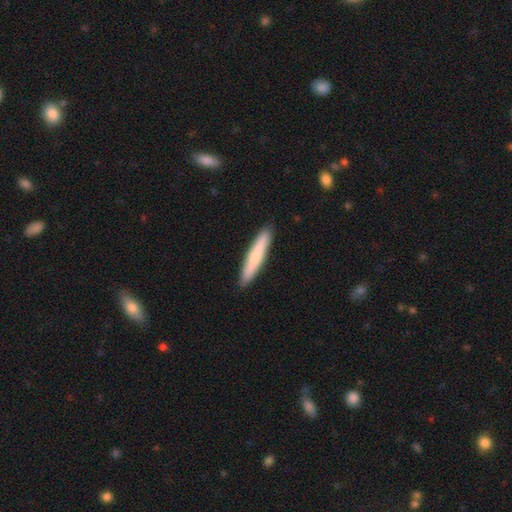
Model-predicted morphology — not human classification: smooth_or_featured: smooth (p=0.71) [alt: featured or disk p=0.24]
how_rounded: cigar-shaped (p=0.93) [alt: in between p=0.05]
merging: none (p=0.91) [alt: minor disturbance p=0.07]